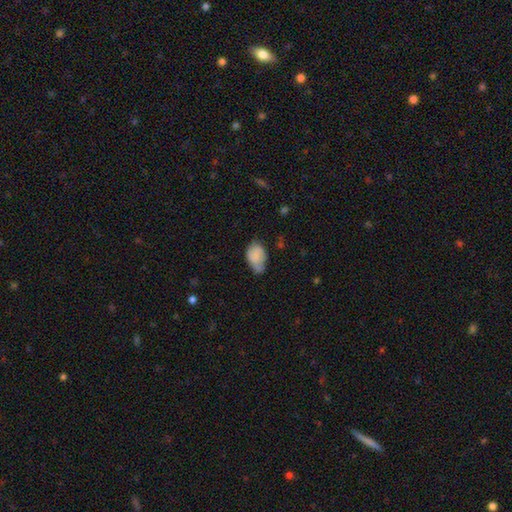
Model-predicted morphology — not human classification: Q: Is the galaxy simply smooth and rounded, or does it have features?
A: smooth — 75%.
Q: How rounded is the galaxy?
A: in between — 88%.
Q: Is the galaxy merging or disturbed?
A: none — 42%, tied with minor disturbance.